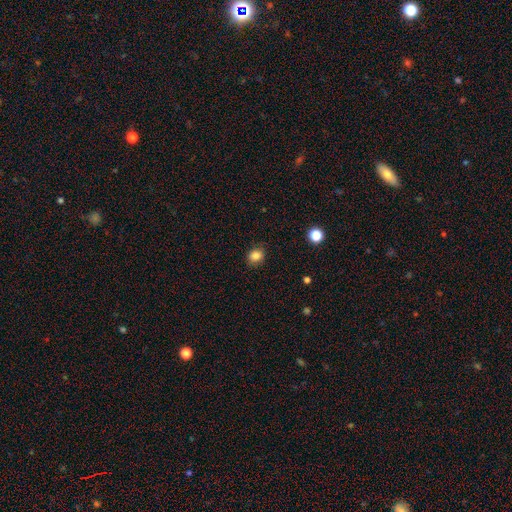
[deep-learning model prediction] Morphology: type=smooth (85%); roundness=round (63%); merging=none (86%).